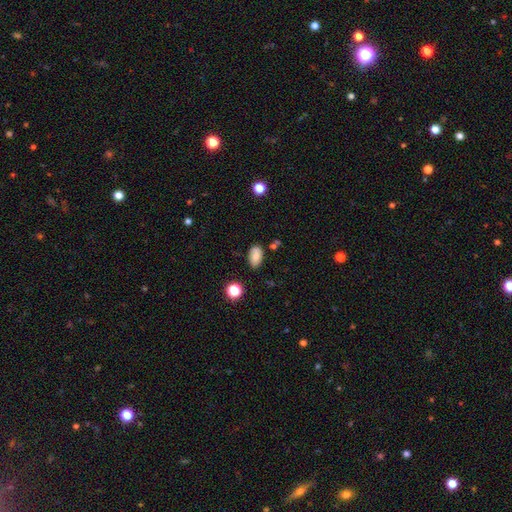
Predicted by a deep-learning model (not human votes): smooth-or-featured: smooth: 79% | star or artifact: 10% | featured or disk: 10%
  how-rounded: in between: 92% | round: 6% | cigar-shaped: 2%
  merging: none: 75% | minor disturbance: 18% | major disturbance: 4% | merger: 4%